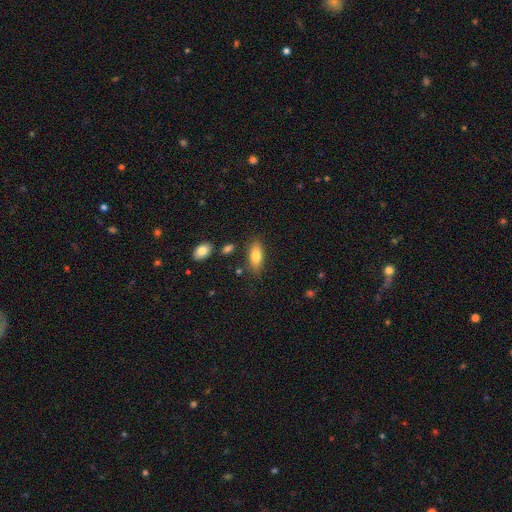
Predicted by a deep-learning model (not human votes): A smooth galaxy with no disk features (77%) that is in between round and cigar-shaped (81%). Merging: none (79%).